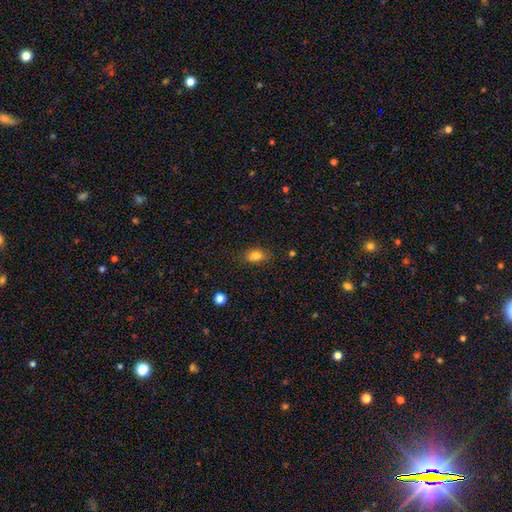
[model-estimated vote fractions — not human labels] smooth_or_featured: smooth (p=0.82) [alt: star or artifact p=0.10]
how_rounded: in between (p=0.81) [alt: round p=0.15]
merging: none (p=0.80) [alt: minor disturbance p=0.15]